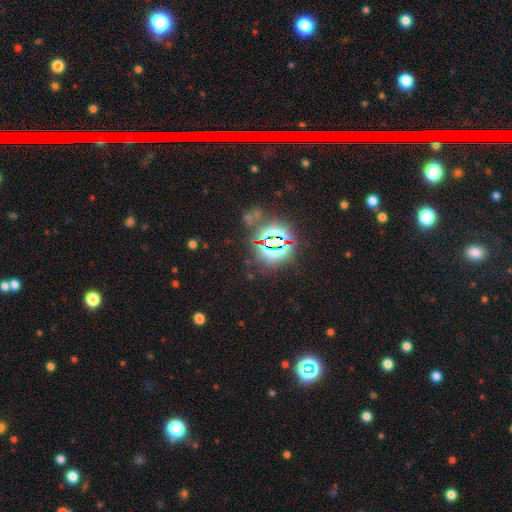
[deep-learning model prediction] Q: Smooth or featured?
A: star or artifact (77%); runner-up: smooth (14%)